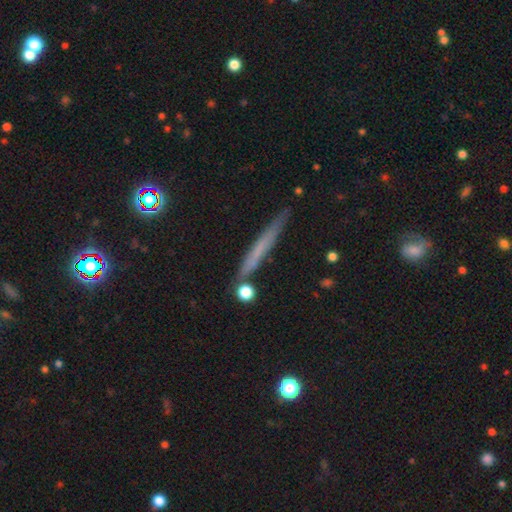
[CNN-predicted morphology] Smooth or featured? Predicted: smooth (p=0.49). Merging? Predicted: none (p=0.83).